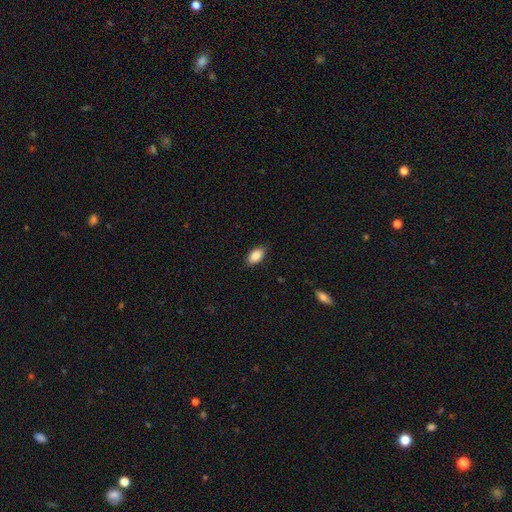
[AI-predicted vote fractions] smooth_or_featured: smooth (p=0.88) [alt: star or artifact p=0.07]
how_rounded: in between (p=0.93) [alt: round p=0.05]
merging: none (p=0.85) [alt: minor disturbance p=0.12]